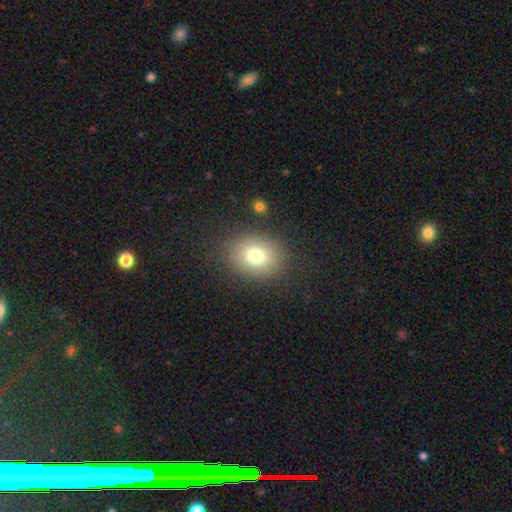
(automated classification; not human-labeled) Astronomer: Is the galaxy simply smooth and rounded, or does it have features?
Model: smooth — 75%.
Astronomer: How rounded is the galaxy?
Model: round — 52% (runner-up: in between, 47%).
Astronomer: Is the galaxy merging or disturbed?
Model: none — 85%.